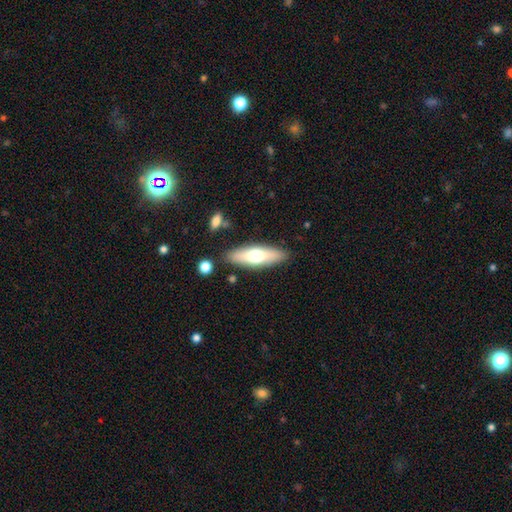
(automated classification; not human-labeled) This appears to be a smooth galaxy with no disk features (57%) that is cigar-shaped (51%). Merging: none (86%).